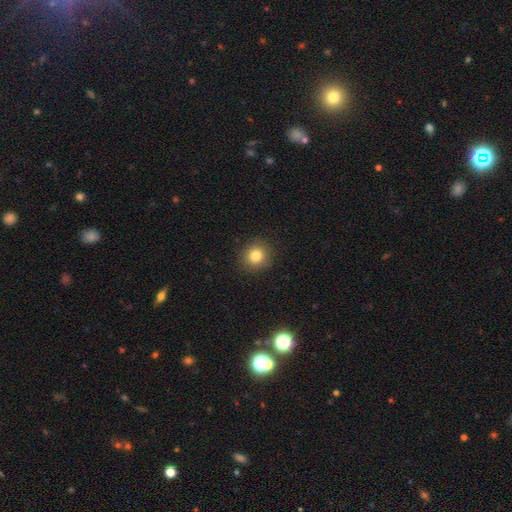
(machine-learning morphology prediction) smooth 82%, star or artifact 11%, featured or disk 7%. Down the decision tree: how rounded — round (87%); merging — none (90%).